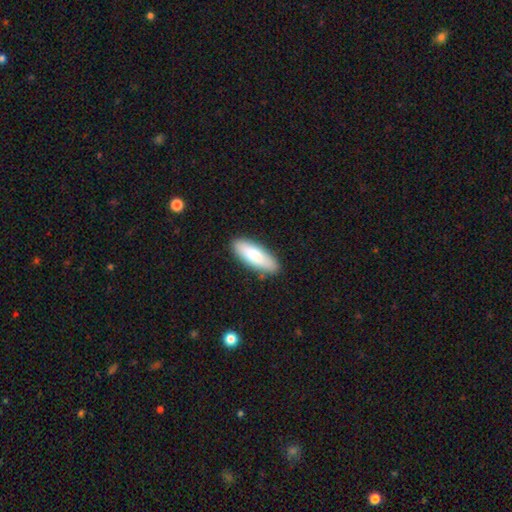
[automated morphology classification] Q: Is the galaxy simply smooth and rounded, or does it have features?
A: smooth — 81%.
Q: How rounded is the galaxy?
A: in between — 62%.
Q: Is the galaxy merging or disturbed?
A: none — 87%.